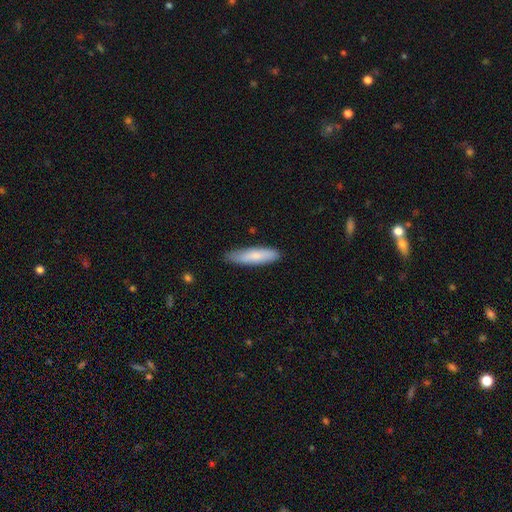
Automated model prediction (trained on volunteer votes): Smooth or featured? smooth (79%)
How rounded? cigar-shaped (69%)
Merging? none (81%)